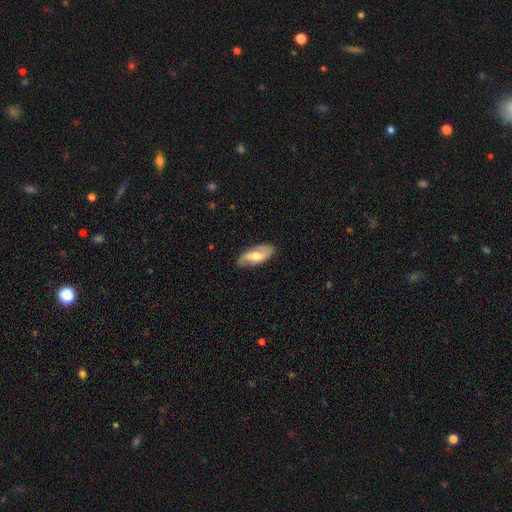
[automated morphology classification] featured or disk 55%, smooth 39%, star or artifact 6%. Down the decision tree: edge-on disk — no (88%); merging — none (81%).